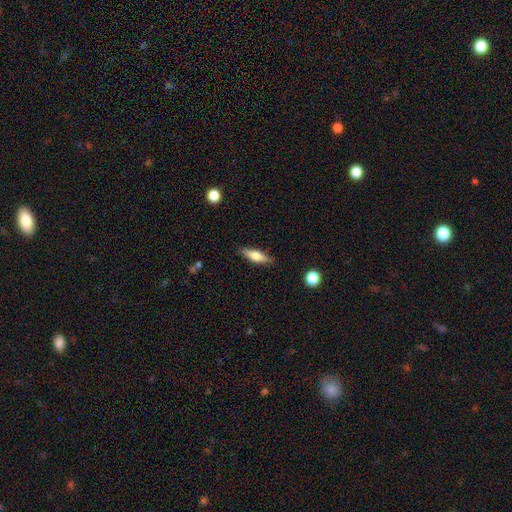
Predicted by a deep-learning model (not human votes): Smooth or featured? smooth (58%)
How rounded? cigar-shaped (56%)
Merging? none (85%)